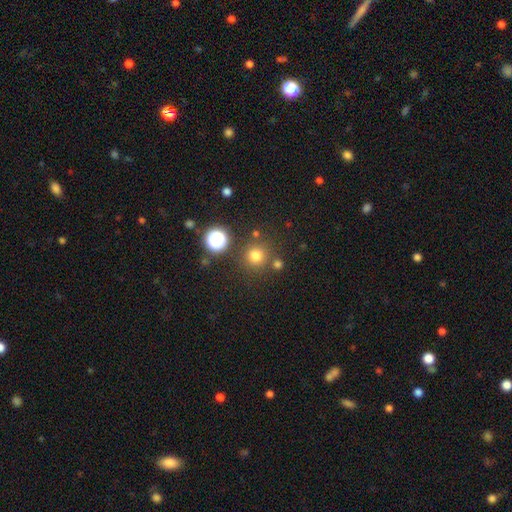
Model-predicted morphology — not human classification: Smooth or featured? smooth (74%)
How rounded? round (94%)
Merging? none (82%)